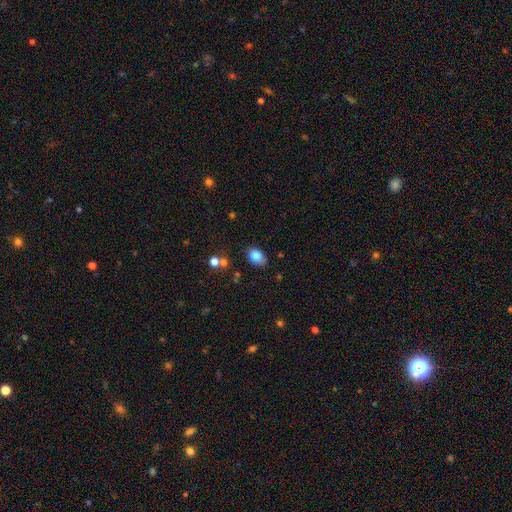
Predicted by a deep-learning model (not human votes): smooth 82%, star or artifact 10%, featured or disk 8%. Down the decision tree: how rounded — in between (76%); merging — none (77%).